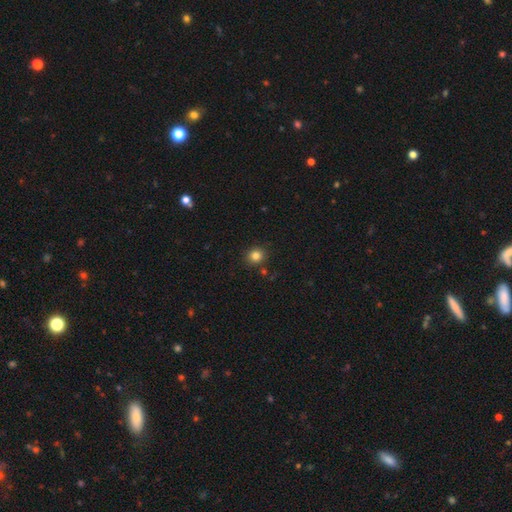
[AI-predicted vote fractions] Smooth or featured: smooth — 83% (star or artifact — 12%)
How rounded: round — 84% (in between — 15%)
Merging: none — 86% (minor disturbance — 8%)